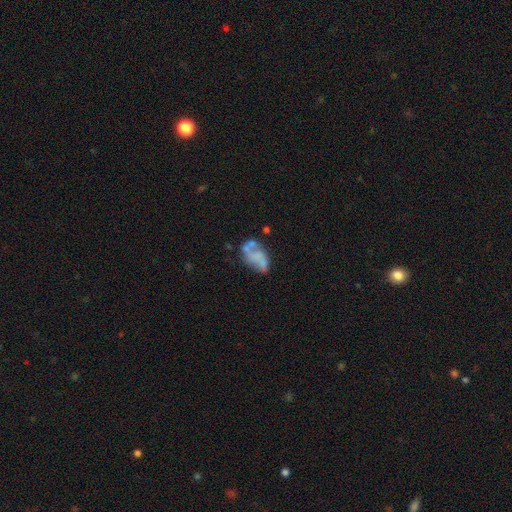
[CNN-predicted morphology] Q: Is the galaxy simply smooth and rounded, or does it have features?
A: featured or disk — 58%.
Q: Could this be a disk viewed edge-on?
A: no — 97%.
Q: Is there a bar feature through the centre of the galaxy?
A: no — 78%.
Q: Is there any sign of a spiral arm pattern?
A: no — 62%.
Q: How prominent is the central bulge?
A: none — 74%.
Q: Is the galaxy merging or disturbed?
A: none — 37%.